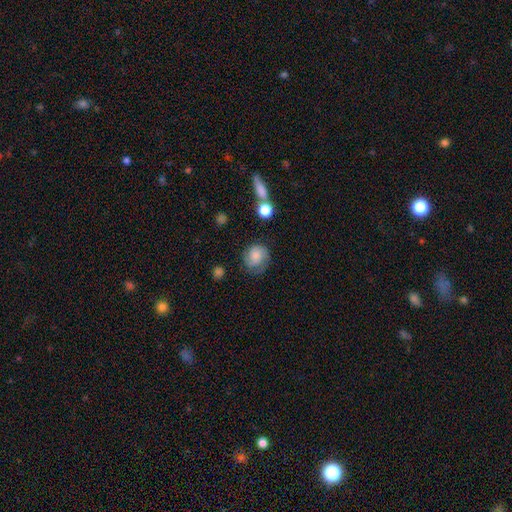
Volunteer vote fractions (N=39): smooth_or_featured: smooth (p=0.67) [alt: featured or disk p=0.23]
how_rounded: round (p=0.81) [alt: in between p=0.19]
merging: none (p=0.49) [alt: minor disturbance p=0.37]